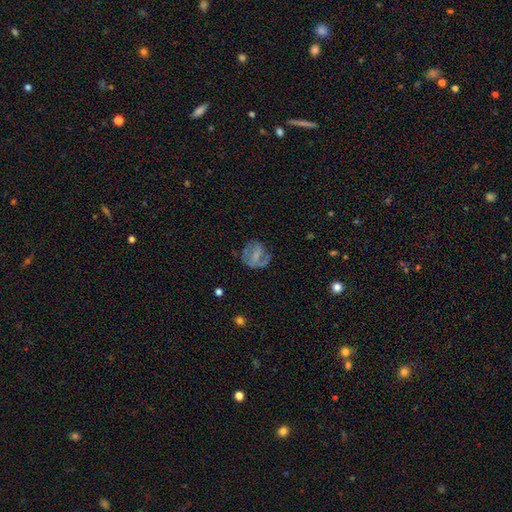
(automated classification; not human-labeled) A featured or disk galaxy (51%).

Vote fractions:
- Smooth or featured? featured or disk: 51% / smooth: 40% / star or artifact: 9%
- Edge-on disk? no: 97% / yes: 3%
- Merging? none: 45% / major disturbance: 28% / minor disturbance: 25% / merger: 3%